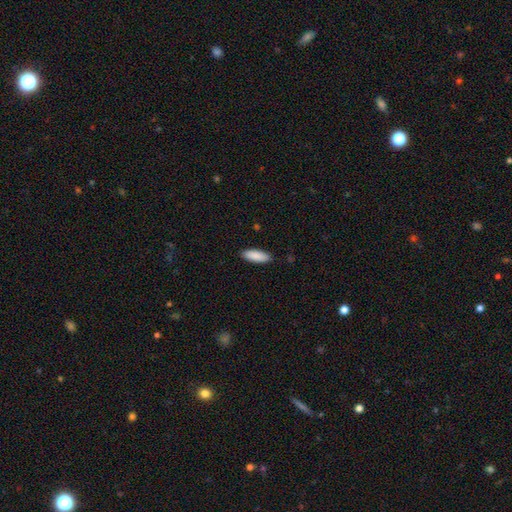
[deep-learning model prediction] Smooth or featured? smooth (90%)
How rounded? in between (69%)
Merging? none (89%)